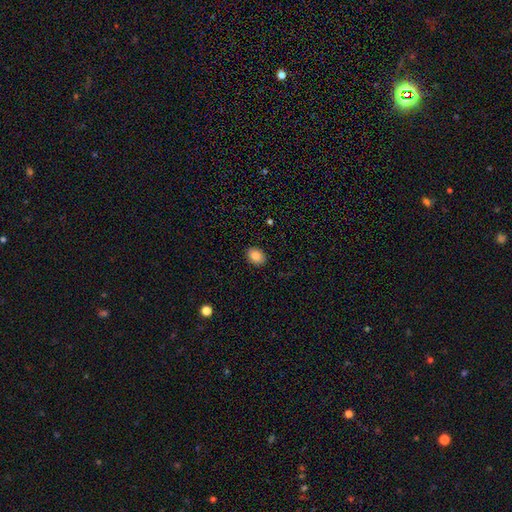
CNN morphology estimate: smooth-or-featured: smooth: 84% | star or artifact: 9% | featured or disk: 8%
  how-rounded: in between: 66% | round: 33% | cigar-shaped: 1%
  merging: none: 90% | minor disturbance: 7% | major disturbance: 2% | merger: 1%